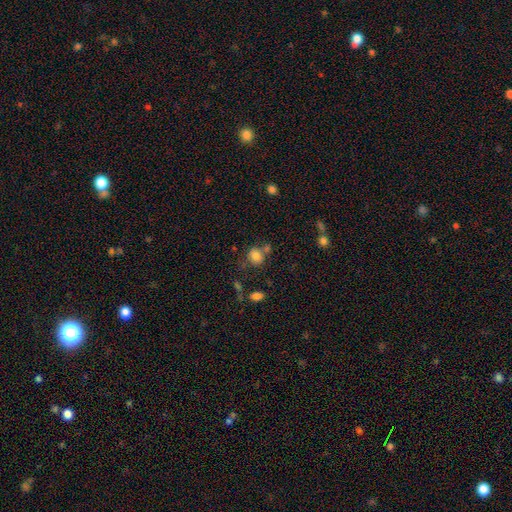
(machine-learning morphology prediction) Smooth or featured: smooth — 80% (star or artifact — 11%)
How rounded: round — 65% (in between — 34%)
Merging: none — 59% (merger — 19%)